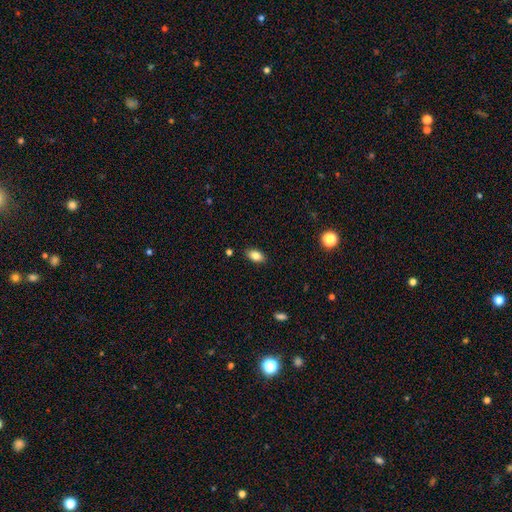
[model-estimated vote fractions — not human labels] The model was most divided on "smooth or featured": smooth: 82%, featured or disk: 9%, star or artifact: 9%. More confident: how rounded — in between (90%); merging — none (87%).